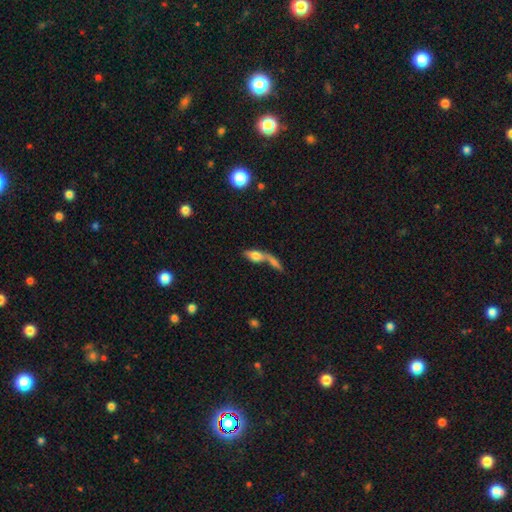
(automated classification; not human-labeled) smooth-or-featured: smooth: 65% | featured or disk: 26% | star or artifact: 9%
  how-rounded: in between: 70% | cigar-shaped: 24% | round: 7%
  merging: merger: 58% | none: 26% | minor disturbance: 8% | major disturbance: 8%